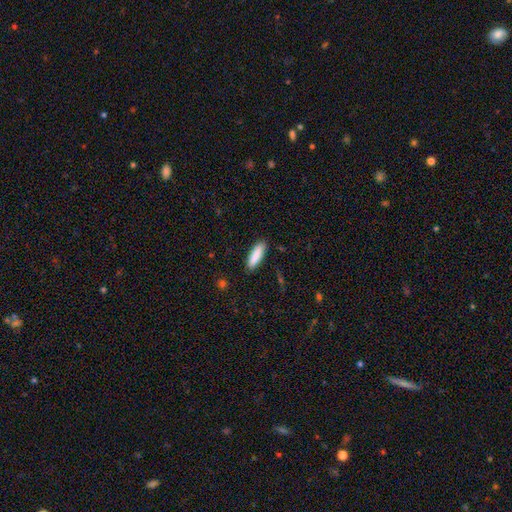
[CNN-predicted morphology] This appears to be a smooth galaxy with no disk features (87%) that is cigar-shaped (60%). Merging: none (88%).